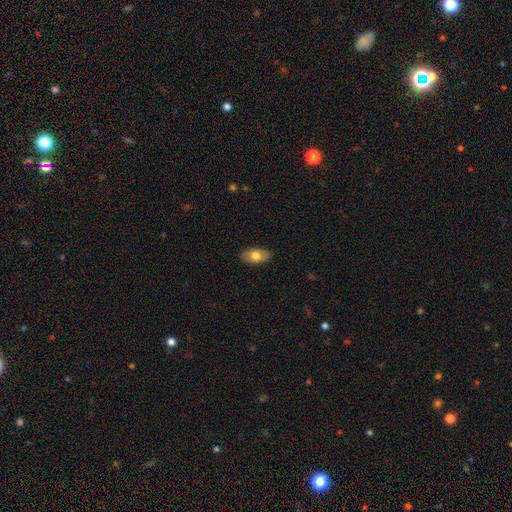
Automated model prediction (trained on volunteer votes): smooth-or-featured: smooth: 72% | featured or disk: 22% | star or artifact: 6%
  how-rounded: in between: 92% | cigar-shaped: 5% | round: 4%
  merging: none: 87% | minor disturbance: 10% | major disturbance: 2% | merger: 1%